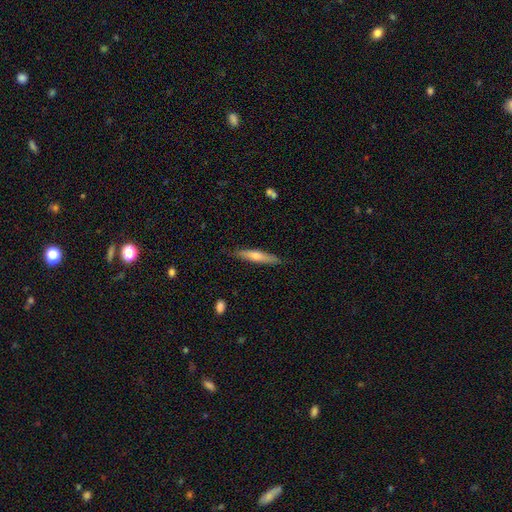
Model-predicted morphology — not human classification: Smooth or featured? featured or disk (48%)
Merging? none (88%)